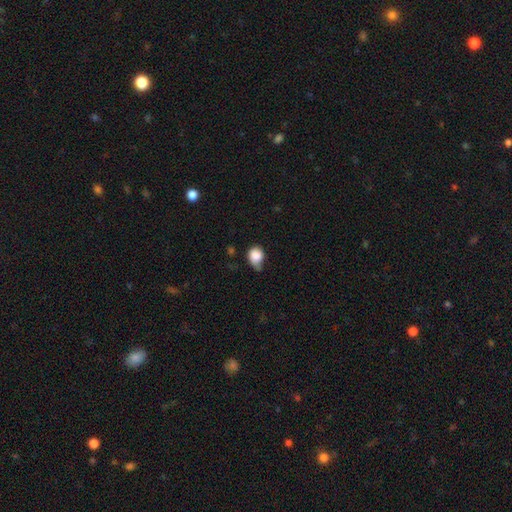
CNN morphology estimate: smooth-or-featured: smooth: 85% | star or artifact: 8% | featured or disk: 7%
  how-rounded: round: 62% | in between: 37% | cigar-shaped: 1%
  merging: minor disturbance: 47% | none: 32% | major disturbance: 16% | merger: 5%